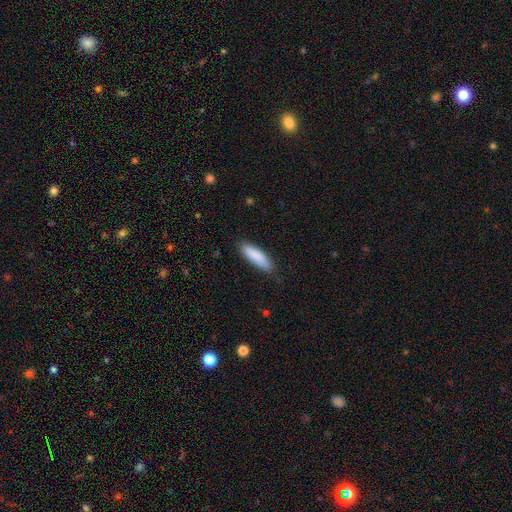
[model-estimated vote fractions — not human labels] A smooth galaxy with no disk features (87%) that is cigar-shaped (62%).

Vote fractions:
- Smooth or featured? smooth: 87% / featured or disk: 7% / star or artifact: 6%
- How rounded? cigar-shaped: 62% / in between: 37% / round: 1%
- Merging? none: 84% / minor disturbance: 13% / major disturbance: 2% / merger: 1%